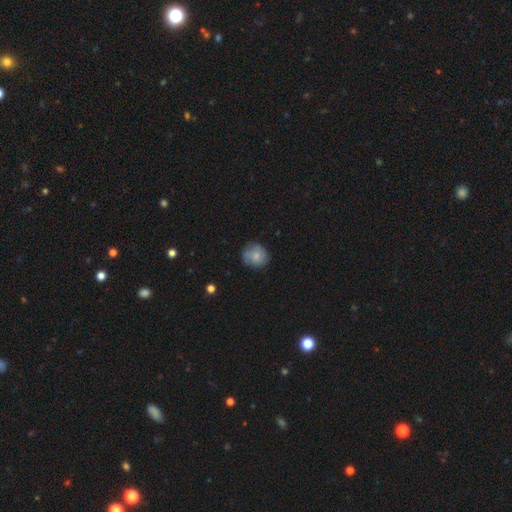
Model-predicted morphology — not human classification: Q: Smooth or featured?
A: smooth (67%); runner-up: featured or disk (25%)
Q: How rounded?
A: round (84%); runner-up: in between (15%)
Q: Merging?
A: none (74%); runner-up: minor disturbance (19%)